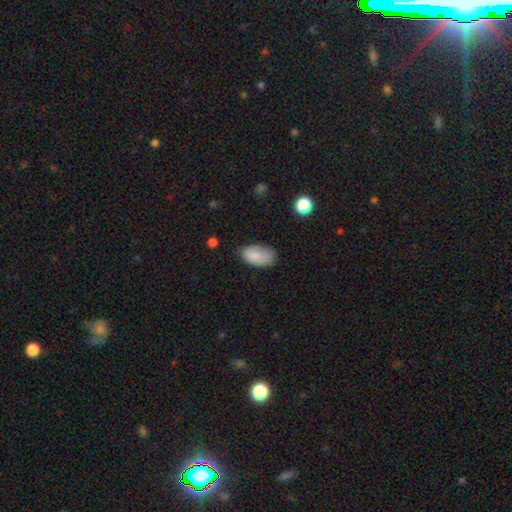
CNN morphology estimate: A smooth galaxy with no disk features (84%) that is in between round and cigar-shaped (94%). Merging: none (63%).